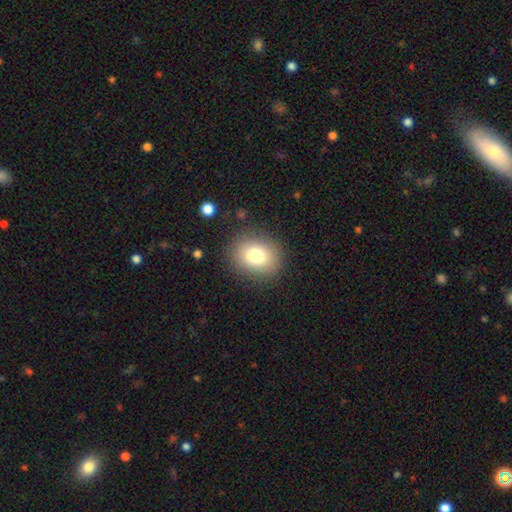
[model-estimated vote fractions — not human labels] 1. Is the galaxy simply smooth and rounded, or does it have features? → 78% smooth, 12% star or artifact, 11% featured or disk.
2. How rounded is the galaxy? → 65% round, 34% in between, 1% cigar-shaped.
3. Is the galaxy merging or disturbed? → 86% none, 9% minor disturbance, 4% major disturbance, 1% merger.